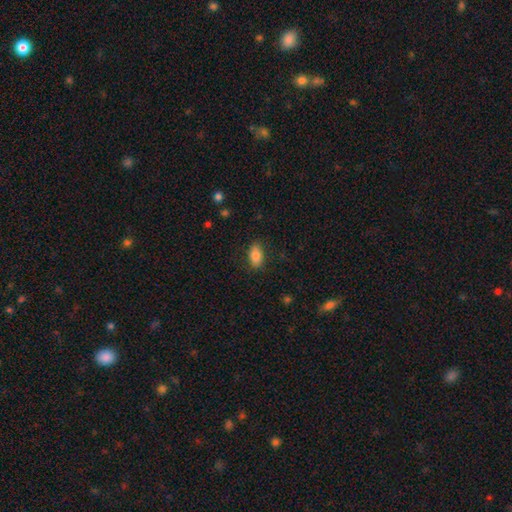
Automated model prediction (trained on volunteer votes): A smooth galaxy with no disk features (84%) that is in between round and cigar-shaped (90%). Merging: none (85%).